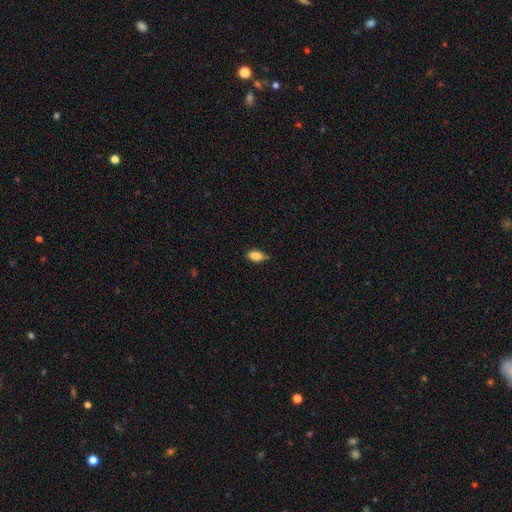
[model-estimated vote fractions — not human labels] The model was most divided on "merging": none: 72%, minor disturbance: 24%, major disturbance: 3%, merger: 1%. More confident: how rounded — in between (89%); smooth or featured — smooth (83%).